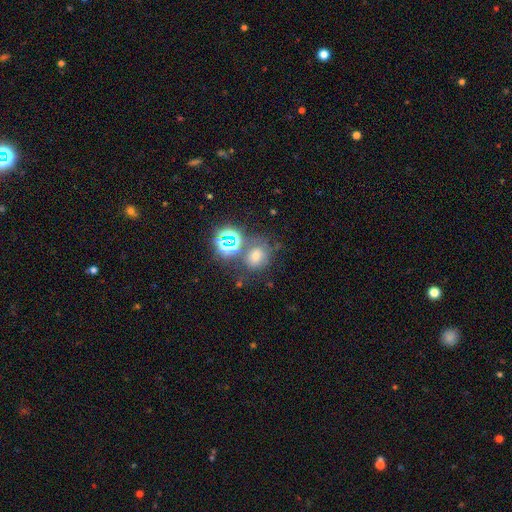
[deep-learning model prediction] The model was most divided on "smooth or featured": smooth: 50%, star or artifact: 35%, featured or disk: 15%. More confident: merging — none (58%).